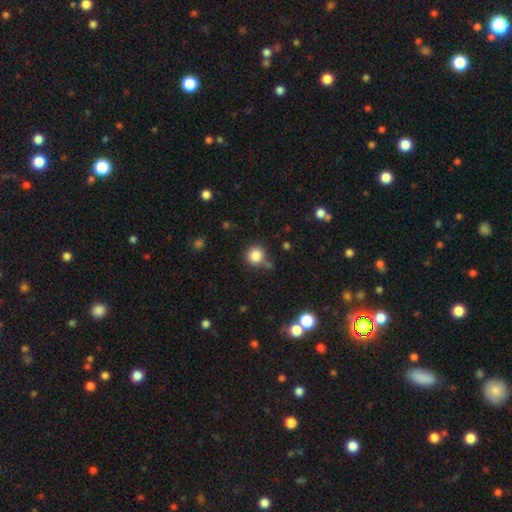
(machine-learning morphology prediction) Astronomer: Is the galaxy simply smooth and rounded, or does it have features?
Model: smooth — 84%.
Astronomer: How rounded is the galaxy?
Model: round — 93%.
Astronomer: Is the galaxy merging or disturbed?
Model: none — 77%.